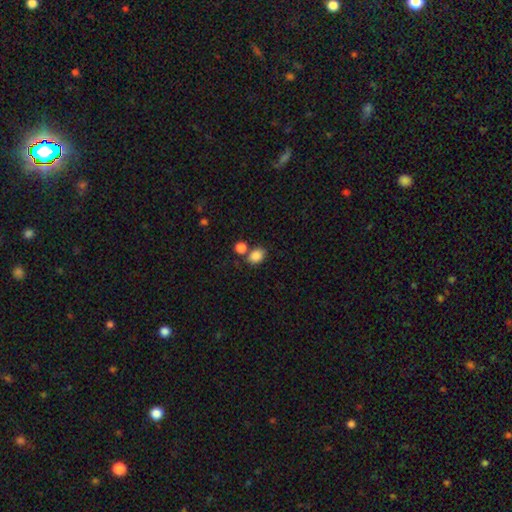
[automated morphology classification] smooth-or-featured: smooth: 86% | star or artifact: 9% | featured or disk: 5%
  how-rounded: in between: 63% | round: 35% | cigar-shaped: 1%
  merging: none: 61% | merger: 24% | minor disturbance: 11% | major disturbance: 4%